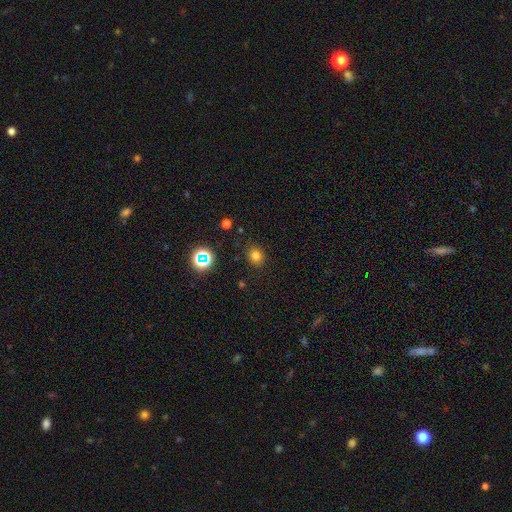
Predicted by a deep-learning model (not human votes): Morphology: type=smooth (76%); roundness=round (70%); merging=none (86%).